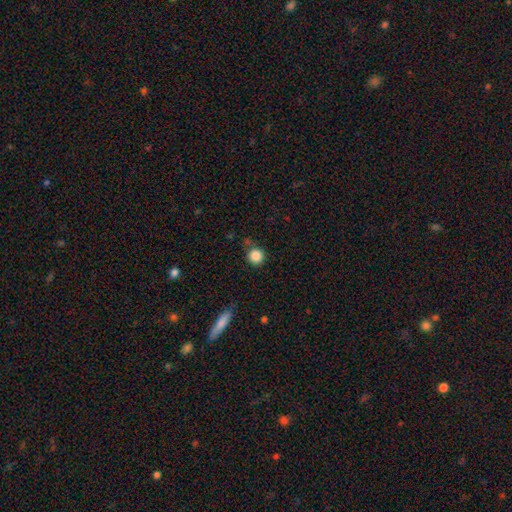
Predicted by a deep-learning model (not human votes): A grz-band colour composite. It shows a smooth galaxy with no disk features (86%) that is round (94%). Merging: none (82%).